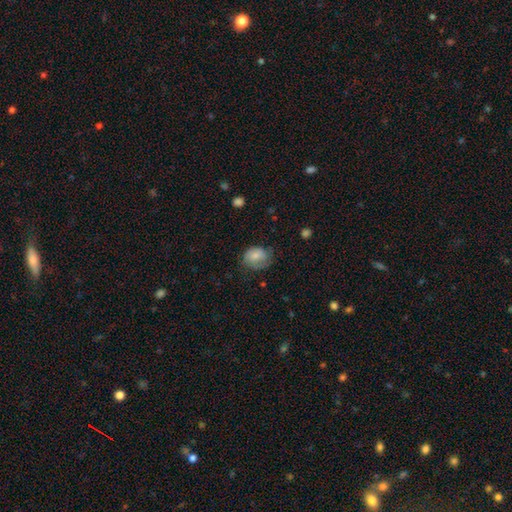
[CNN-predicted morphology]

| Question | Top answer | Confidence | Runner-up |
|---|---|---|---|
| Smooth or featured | smooth | 74% | featured or disk (19%) |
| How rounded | round | 50% | in between (49%) |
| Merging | none | 55% | minor disturbance (31%) |